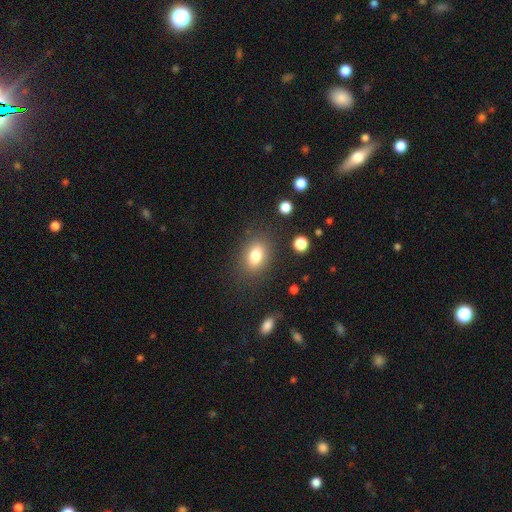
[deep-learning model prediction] smooth_or_featured: smooth (p=0.81) [alt: star or artifact p=0.10]
how_rounded: in between (p=0.79) [alt: round p=0.19]
merging: none (p=0.82) [alt: minor disturbance p=0.11]